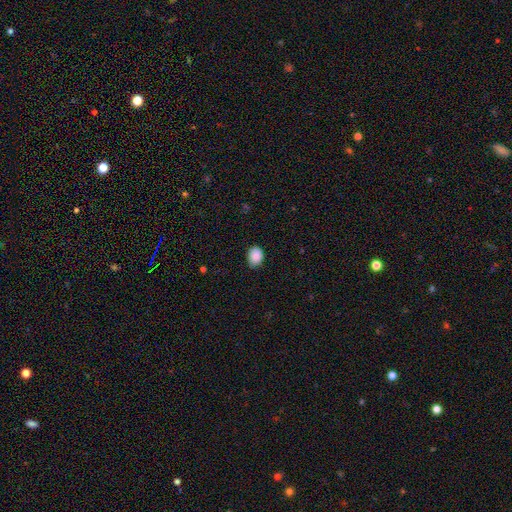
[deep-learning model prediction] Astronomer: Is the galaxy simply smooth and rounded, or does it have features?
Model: smooth — 89%.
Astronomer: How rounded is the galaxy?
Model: in between — 68%.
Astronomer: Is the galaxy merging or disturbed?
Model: none — 82%.